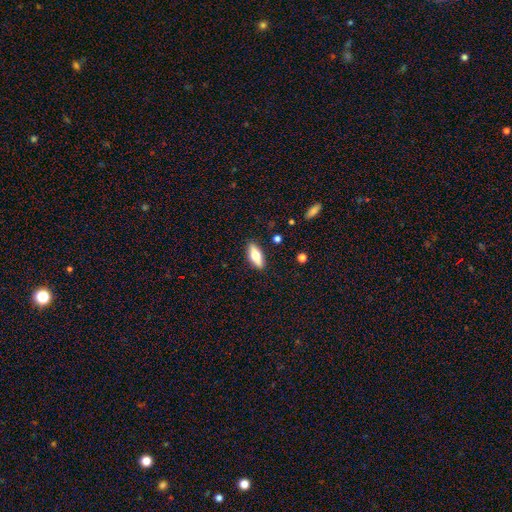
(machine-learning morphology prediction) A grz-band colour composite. It shows a smooth galaxy with no disk features (62%) that is in between round and cigar-shaped (66%). Merging: none (88%).